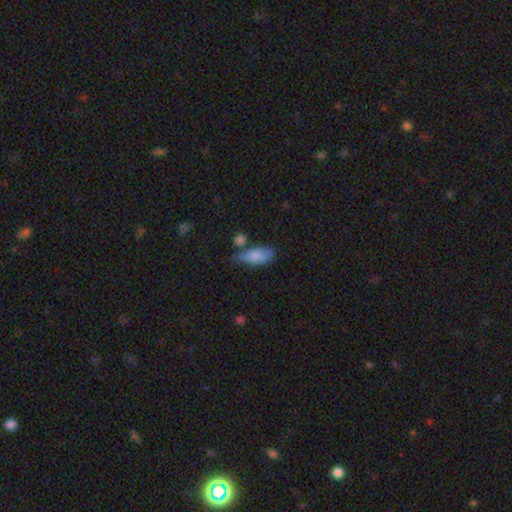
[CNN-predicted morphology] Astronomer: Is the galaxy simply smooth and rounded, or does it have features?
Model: smooth — 83%.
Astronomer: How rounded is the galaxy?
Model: in between — 86%.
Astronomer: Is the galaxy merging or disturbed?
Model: none — 47% (runner-up: minor disturbance, 30%).